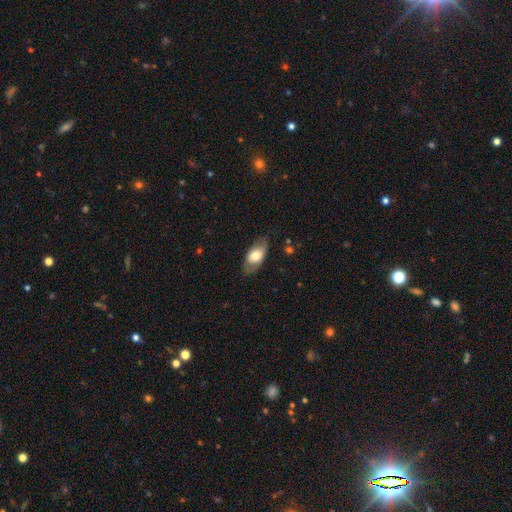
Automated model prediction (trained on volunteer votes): smooth 67%, featured or disk 26%, star or artifact 6%. Down the decision tree: how rounded — in between (90%); merging — none (77%).